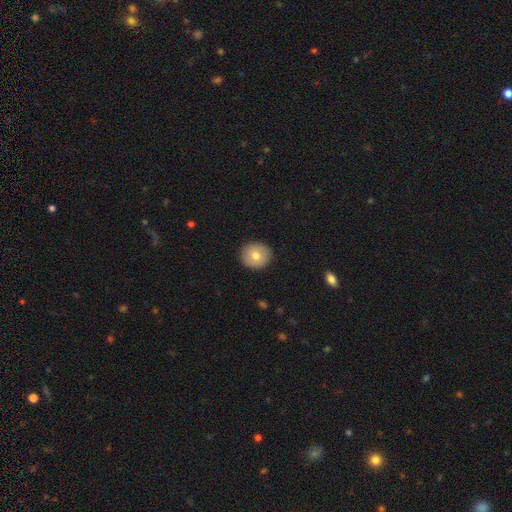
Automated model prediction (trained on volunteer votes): Q: Smooth or featured?
A: smooth (74%); runner-up: featured or disk (18%)
Q: How rounded?
A: round (88%); runner-up: in between (11%)
Q: Merging?
A: none (90%); runner-up: minor disturbance (7%)